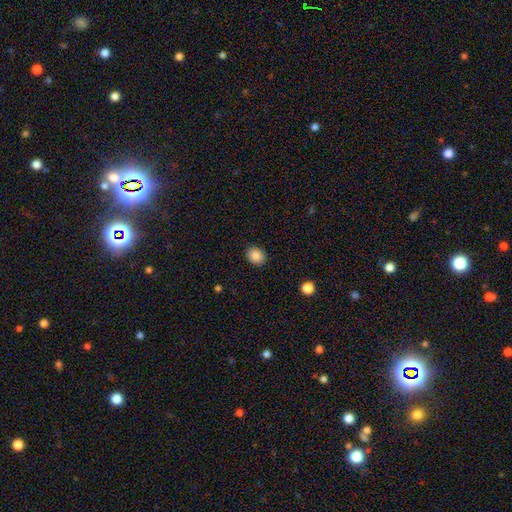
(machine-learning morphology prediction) Q: Smooth or featured?
A: smooth (88%); runner-up: star or artifact (9%)
Q: How rounded?
A: round (58%); runner-up: in between (42%)
Q: Merging?
A: none (89%); runner-up: minor disturbance (8%)